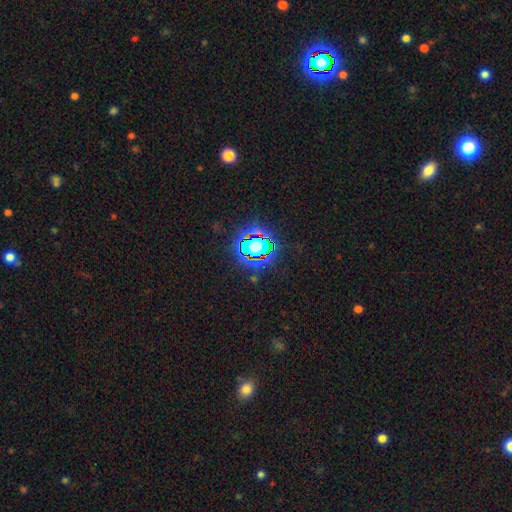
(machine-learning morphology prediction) smooth_or_featured: star or artifact (p=0.80) [alt: smooth p=0.12]